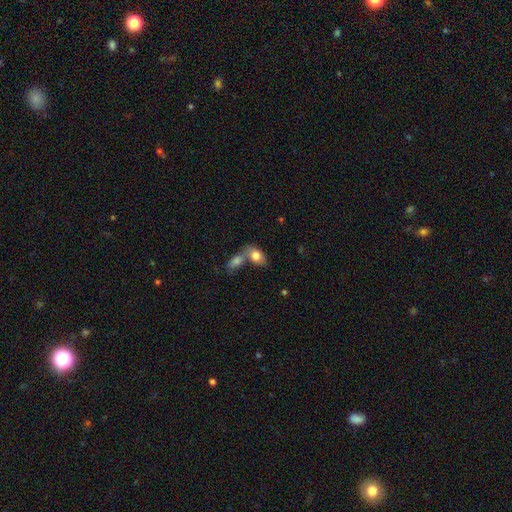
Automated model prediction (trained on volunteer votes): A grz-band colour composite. It shows a smooth galaxy with no disk features (79%) that is in between round and cigar-shaped (87%). Merging: merger (52%).